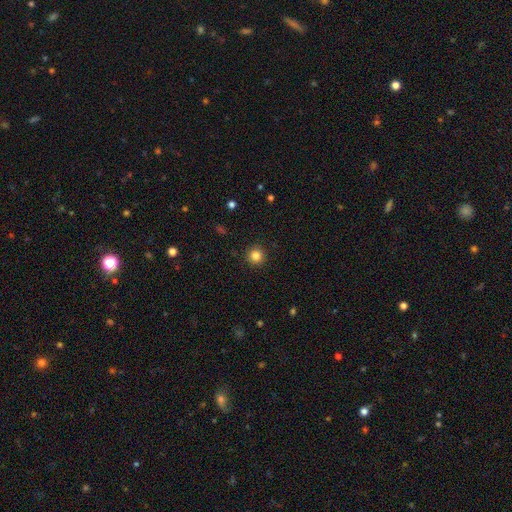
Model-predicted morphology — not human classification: This is clearly a smooth galaxy (84%). How rounded: clearly round (95%). Merging: clearly none (92%).